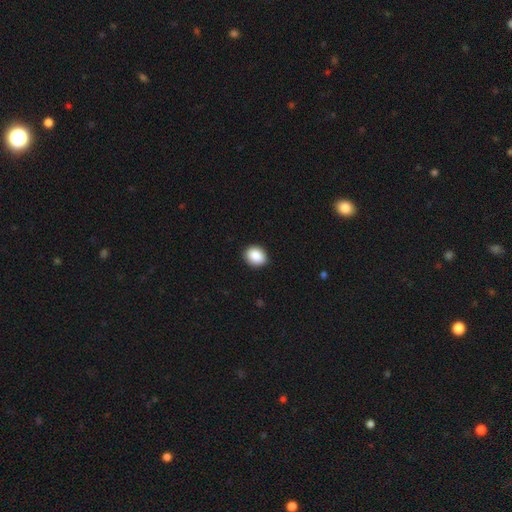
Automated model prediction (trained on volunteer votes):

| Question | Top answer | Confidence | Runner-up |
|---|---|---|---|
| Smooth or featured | smooth | 89% | star or artifact (7%) |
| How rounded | round | 50% | in between (49%) |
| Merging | none | 90% | minor disturbance (7%) |